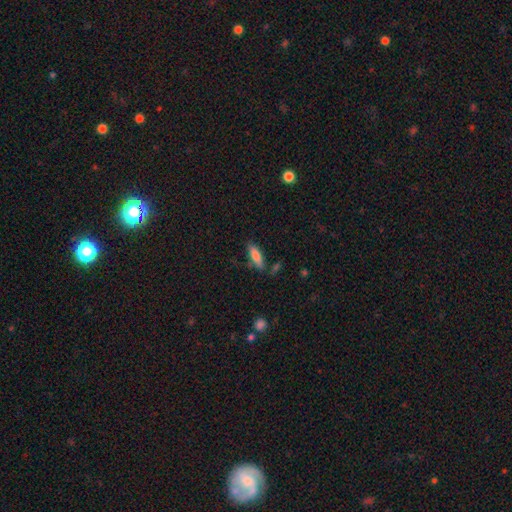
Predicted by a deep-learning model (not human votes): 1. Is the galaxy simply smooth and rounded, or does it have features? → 77% smooth, 16% featured or disk, 7% star or artifact.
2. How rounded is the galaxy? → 50% in between, 48% cigar-shaped, 2% round.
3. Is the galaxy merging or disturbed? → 75% none, 16% minor disturbance, 5% merger, 4% major disturbance.